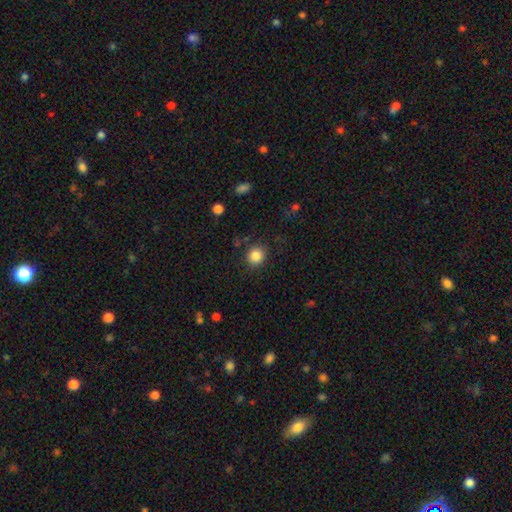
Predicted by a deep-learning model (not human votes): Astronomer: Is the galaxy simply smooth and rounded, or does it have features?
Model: smooth — 85%.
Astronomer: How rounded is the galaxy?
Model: round — 82%.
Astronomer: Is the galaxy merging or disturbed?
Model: none — 86%.